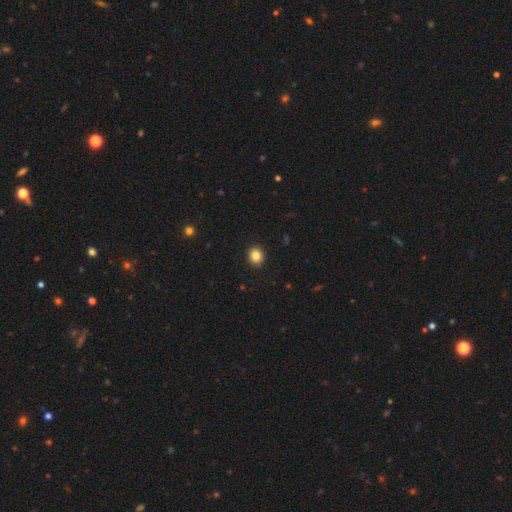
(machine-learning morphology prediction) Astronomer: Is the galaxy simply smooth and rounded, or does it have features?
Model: smooth — 85%.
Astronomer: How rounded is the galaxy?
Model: round — 80%.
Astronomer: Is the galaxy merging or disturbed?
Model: none — 92%.